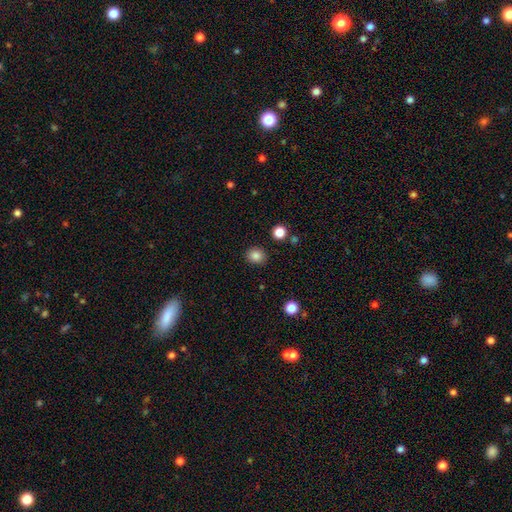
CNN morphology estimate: Q: Smooth or featured?
A: smooth (85%); runner-up: star or artifact (11%)
Q: How rounded?
A: round (74%); runner-up: in between (25%)
Q: Merging?
A: none (88%); runner-up: minor disturbance (8%)